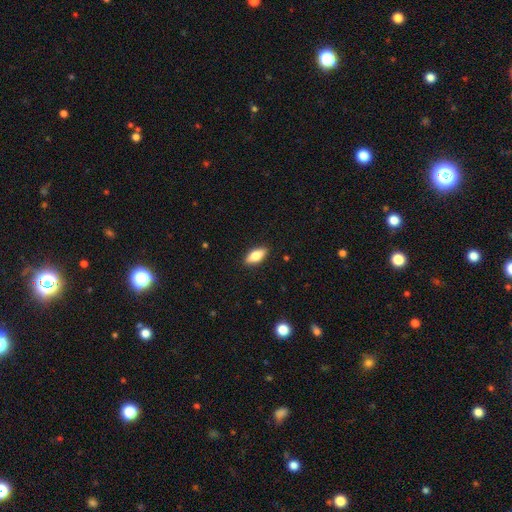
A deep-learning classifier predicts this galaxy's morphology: Smooth or featured? Predicted: smooth (p=0.74). How rounded? Predicted: in between (p=0.80). Merging? Predicted: none (p=0.89).